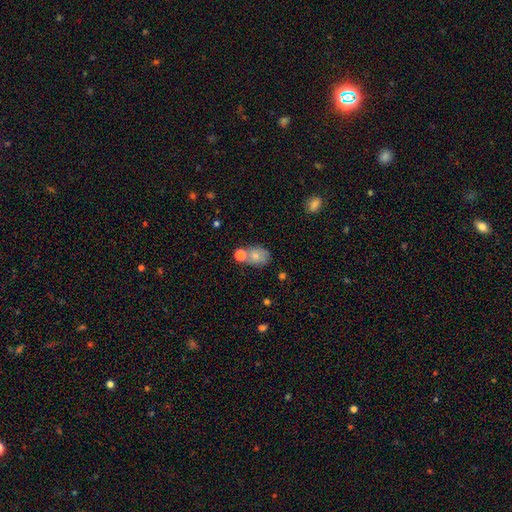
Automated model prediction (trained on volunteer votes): Smooth or featured? smooth (72%)
How rounded? in between (52%)
Merging? none (49%)